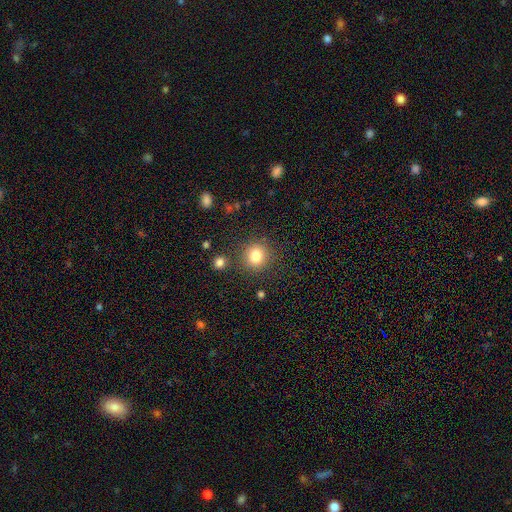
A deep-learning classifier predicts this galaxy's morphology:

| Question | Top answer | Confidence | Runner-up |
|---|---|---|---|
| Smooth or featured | smooth | 81% | star or artifact (12%) |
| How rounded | round | 89% | in between (10%) |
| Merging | none | 85% | minor disturbance (8%) |